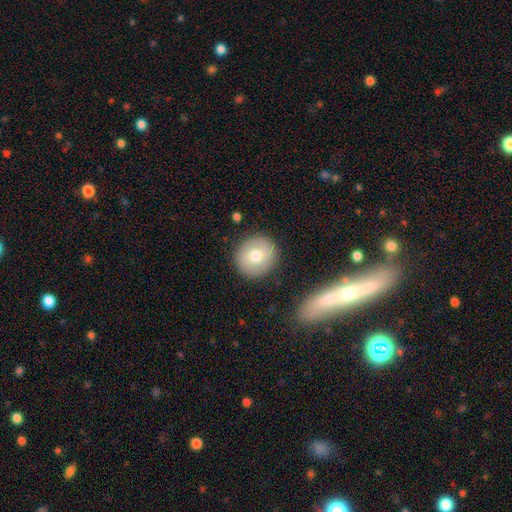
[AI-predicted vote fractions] Smooth or featured? smooth (70%)
How rounded? round (90%)
Merging? none (88%)